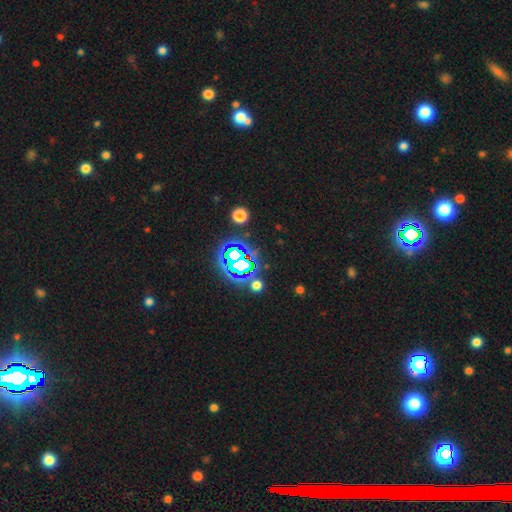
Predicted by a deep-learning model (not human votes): Smooth or featured?
  - star or artifact: 82% *
  - smooth: 10%
  - featured or disk: 8%